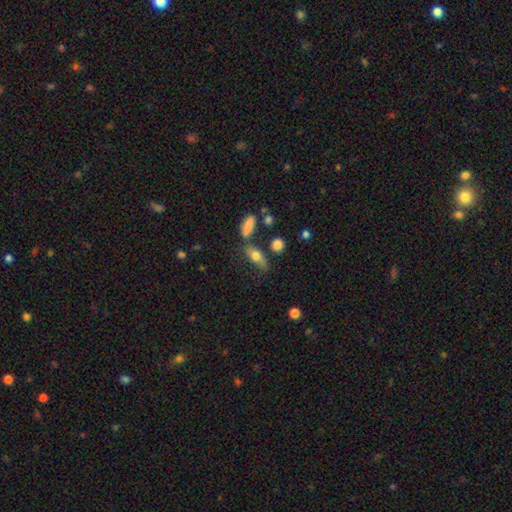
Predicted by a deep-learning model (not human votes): Smooth or featured? smooth (69%)
How rounded? in between (74%)
Merging? none (51%)